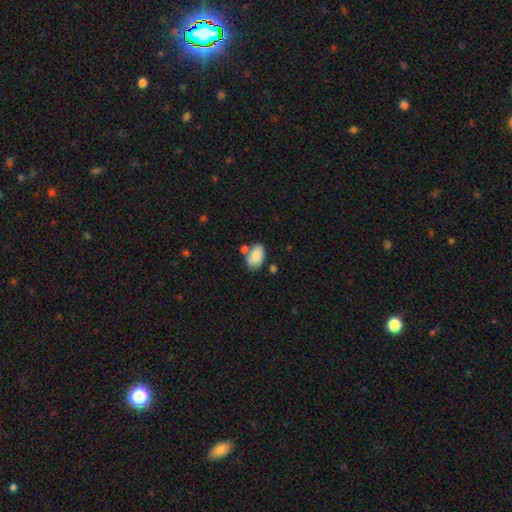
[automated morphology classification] This is clearly a smooth galaxy (84%). How rounded: clearly in between (90%). Merging: likely none (60%).